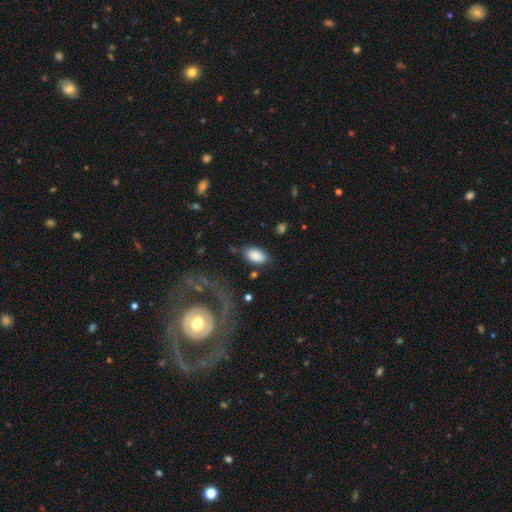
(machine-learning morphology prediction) The model was most divided on "merging": none: 69%, minor disturbance: 20%, major disturbance: 6%, merger: 5%. More confident: how rounded — in between (93%); smooth or featured — smooth (86%).